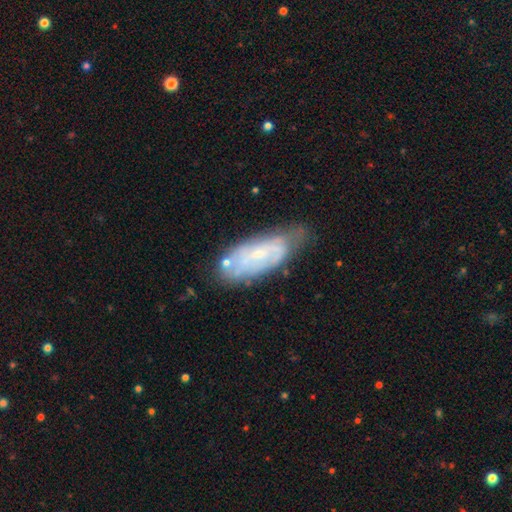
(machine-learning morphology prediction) smooth-or-featured: featured or disk: 62% | smooth: 31% | star or artifact: 7%
  disk-edge-on: no: 89% | yes: 11%
    bar: no: 61% | weak: 32% | strong: 7%
    has-spiral-arms: yes: 67% | no: 33%
    bulge-size: small: 70% | moderate: 21% | none: 7% | large: 1% | dominant: 1%
  merging: none: 53% | minor disturbance: 30% | major disturbance: 10% | merger: 7%